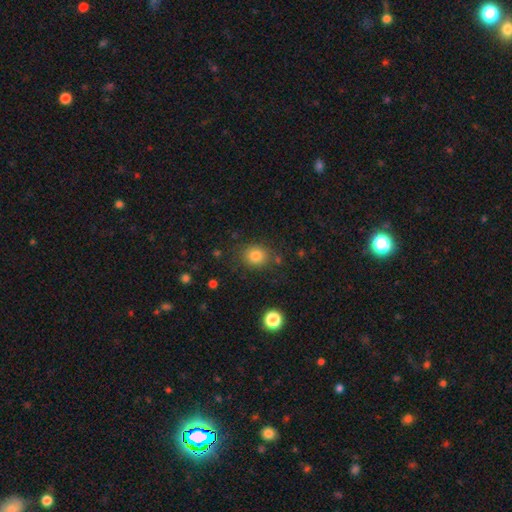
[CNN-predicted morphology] Smooth or featured? Predicted: smooth (p=0.82). How rounded? Predicted: round (p=0.72). Merging? Predicted: none (p=0.80).